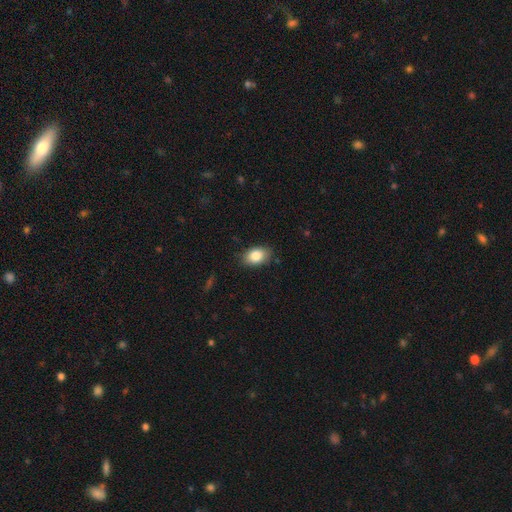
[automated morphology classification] A smooth galaxy with no disk features (85%) that is in between round and cigar-shaped (87%).

Vote fractions:
- Smooth or featured? smooth: 85% / featured or disk: 8% / star or artifact: 8%
- How rounded? in between: 87% / round: 12% / cigar-shaped: 1%
- Merging? none: 84% / minor disturbance: 12% / major disturbance: 2% / merger: 1%